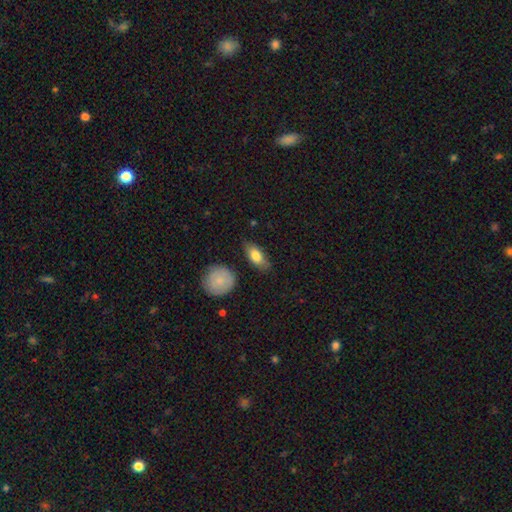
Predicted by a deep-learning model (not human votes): smooth-or-featured: smooth: 76% | featured or disk: 18% | star or artifact: 6%
  how-rounded: in between: 82% | cigar-shaped: 13% | round: 5%
  merging: none: 79% | minor disturbance: 15% | major disturbance: 4% | merger: 2%